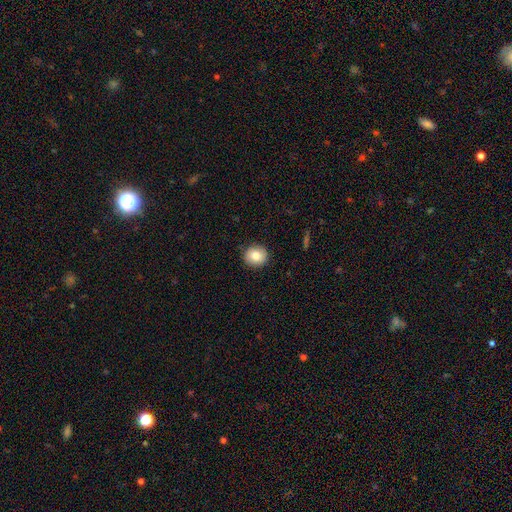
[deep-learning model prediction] Overall: smooth (80%). How rounded: round (88%). Merging: none (90%).